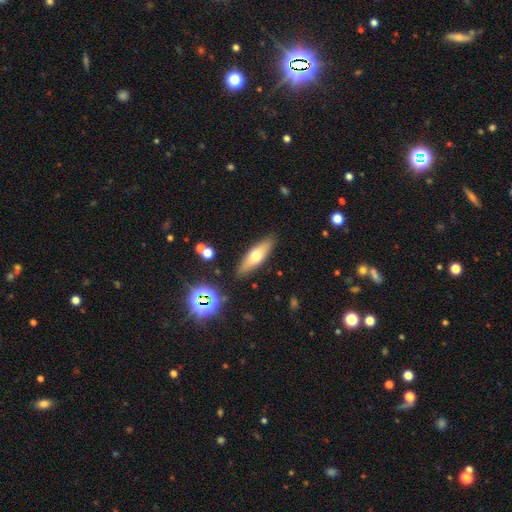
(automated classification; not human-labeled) smooth_or_featured: smooth (p=0.56) [alt: featured or disk p=0.36]
how_rounded: cigar-shaped (p=0.54) [alt: in between p=0.44]
merging: none (p=0.87) [alt: minor disturbance p=0.09]